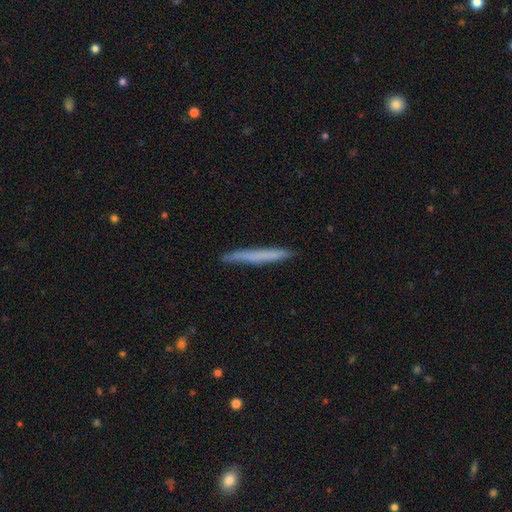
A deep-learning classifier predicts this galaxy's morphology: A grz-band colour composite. It shows a smooth galaxy with no disk features (61%) that is cigar-shaped (97%). Merging: none (87%).